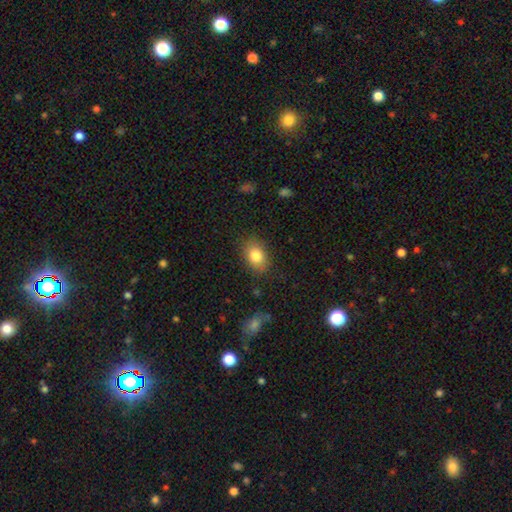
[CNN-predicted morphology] smooth 82%, featured or disk 10%, star or artifact 8%. Down the decision tree: how rounded — in between (80%); merging — none (83%).